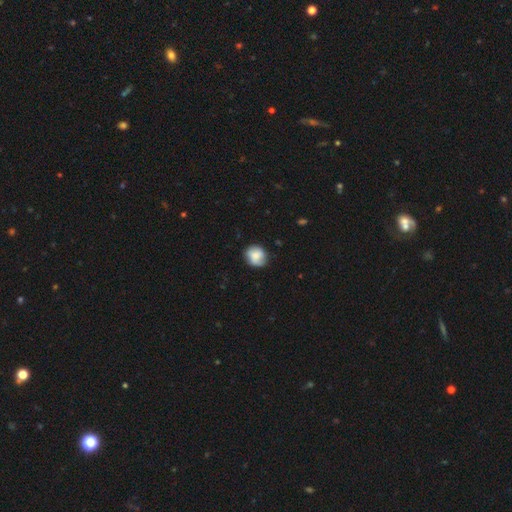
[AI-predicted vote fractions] Q: Smooth or featured?
A: smooth (75%); runner-up: featured or disk (17%)
Q: How rounded?
A: round (75%); runner-up: in between (24%)
Q: Merging?
A: none (70%); runner-up: minor disturbance (23%)